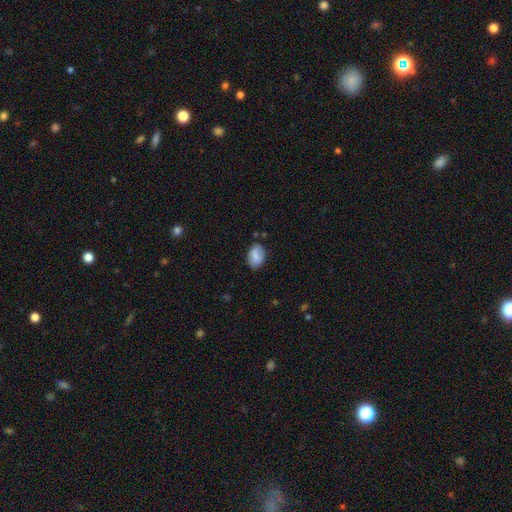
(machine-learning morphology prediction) Smooth or featured? Predicted: smooth (p=0.78). How rounded? Predicted: in between (p=0.87). Merging? Predicted: none (p=0.77).